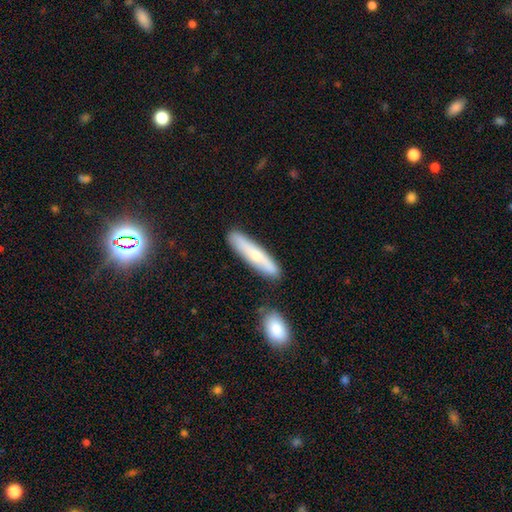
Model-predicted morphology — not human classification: Q: Smooth or featured?
A: smooth (57%); runner-up: featured or disk (36%)
Q: How rounded?
A: cigar-shaped (83%); runner-up: in between (15%)
Q: Merging?
A: none (82%); runner-up: minor disturbance (11%)